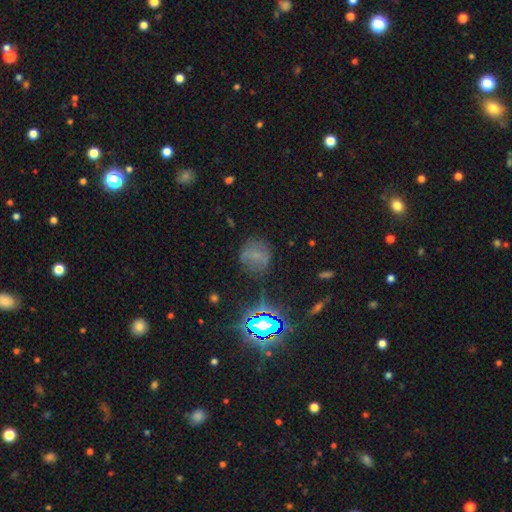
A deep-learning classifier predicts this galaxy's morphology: A smooth galaxy with no disk features (52%) that is round (80%). Merging: none (65%).